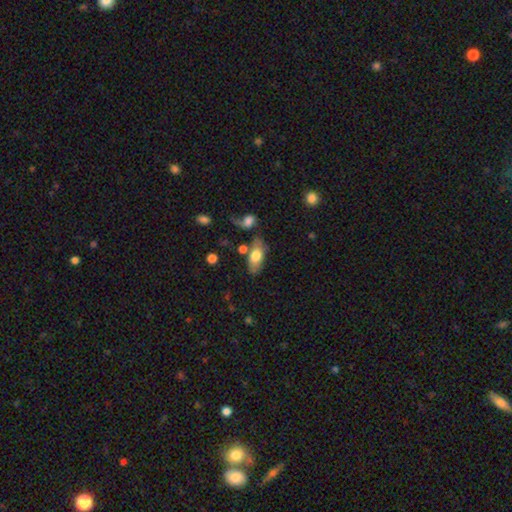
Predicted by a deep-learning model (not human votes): Morphology: type=smooth (70%); roundness=in between (89%); merging=none (62%).